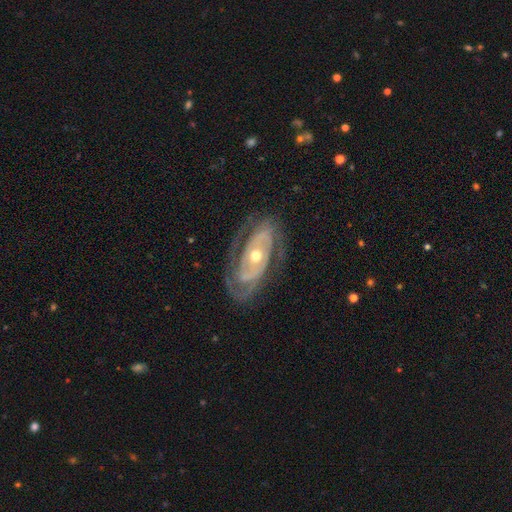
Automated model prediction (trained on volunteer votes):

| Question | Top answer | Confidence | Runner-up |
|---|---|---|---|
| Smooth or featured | featured or disk | 88% | smooth (7%) |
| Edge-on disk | no | 94% | yes (6%) |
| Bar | no | 66% | weak (21%) |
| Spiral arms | yes | 92% | no (8%) |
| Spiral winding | tight | 59% | medium (33%) |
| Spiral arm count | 2 | 71% | can't tell (13%) |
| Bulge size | moderate | 62% | small (33%) |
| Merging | none | 77% | minor disturbance (14%) |